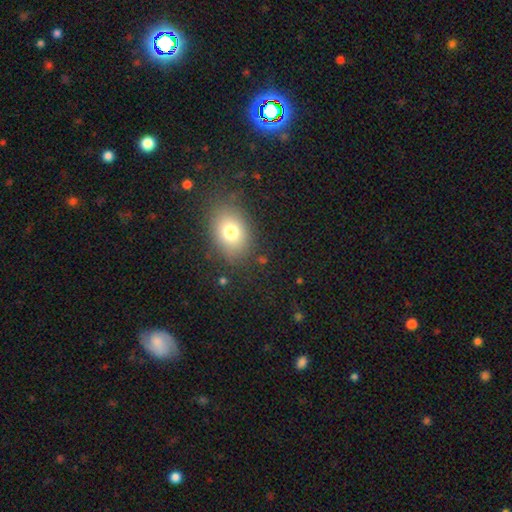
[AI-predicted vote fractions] smooth_or_featured: smooth (p=0.67) [alt: star or artifact p=0.22]
how_rounded: in between (p=0.67) [alt: round p=0.32]
merging: none (p=0.85) [alt: minor disturbance p=0.10]